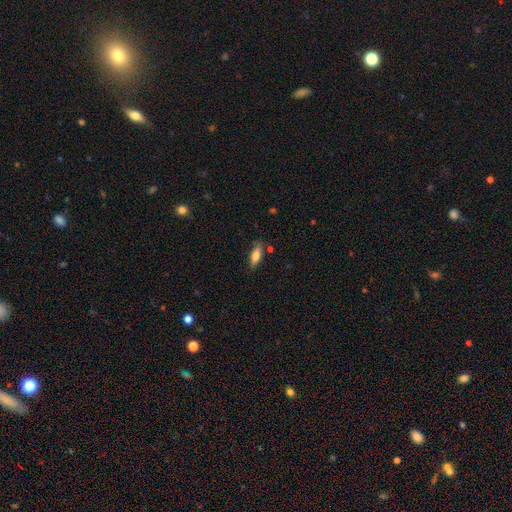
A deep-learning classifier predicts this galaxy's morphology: smooth_or_featured: smooth (p=0.77) [alt: featured or disk p=0.16]
how_rounded: in between (p=0.74) [alt: cigar-shaped p=0.24]
merging: none (p=0.78) [alt: minor disturbance p=0.16]